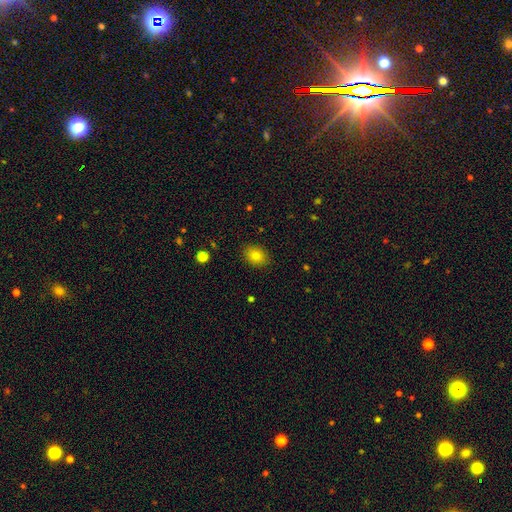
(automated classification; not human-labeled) Overall: smooth (81%). How rounded: in between (67%; round 32%). Merging: none (88%).